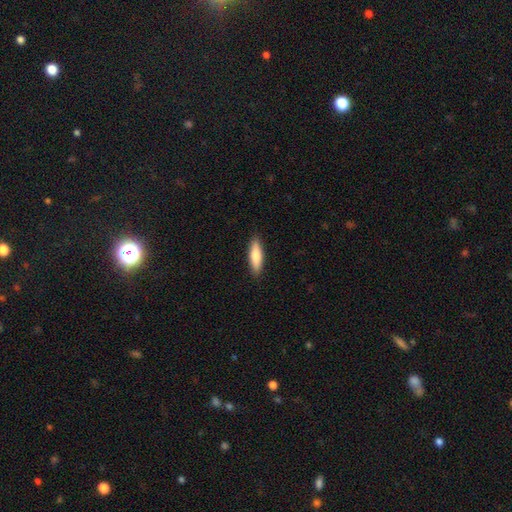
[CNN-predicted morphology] smooth-or-featured: smooth: 74% | featured or disk: 21% | star or artifact: 5%
  how-rounded: cigar-shaped: 60% | in between: 38% | round: 2%
  merging: none: 90% | minor disturbance: 8% | major disturbance: 2% | merger: 1%